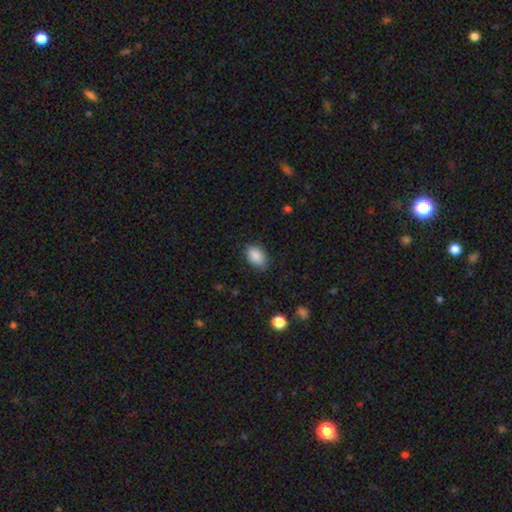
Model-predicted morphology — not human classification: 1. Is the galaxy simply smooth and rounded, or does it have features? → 89% smooth, 7% star or artifact, 4% featured or disk.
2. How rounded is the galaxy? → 89% in between, 9% round, 1% cigar-shaped.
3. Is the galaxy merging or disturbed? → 82% none, 14% minor disturbance, 3% major disturbance, 1% merger.